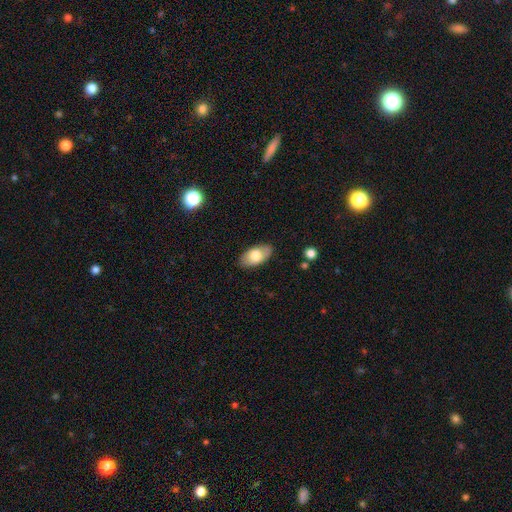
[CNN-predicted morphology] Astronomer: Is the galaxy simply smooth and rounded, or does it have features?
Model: smooth — 72%.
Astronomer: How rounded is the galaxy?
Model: in between — 94%.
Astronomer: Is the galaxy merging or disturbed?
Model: none — 84%.